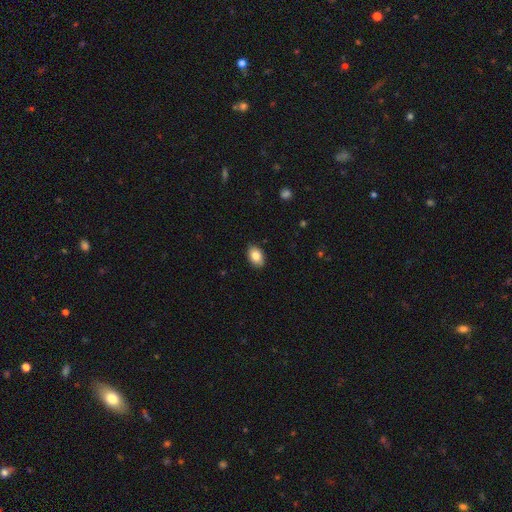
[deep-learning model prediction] Morphology: type=smooth (84%); roundness=in between (85%); merging=none (87%).